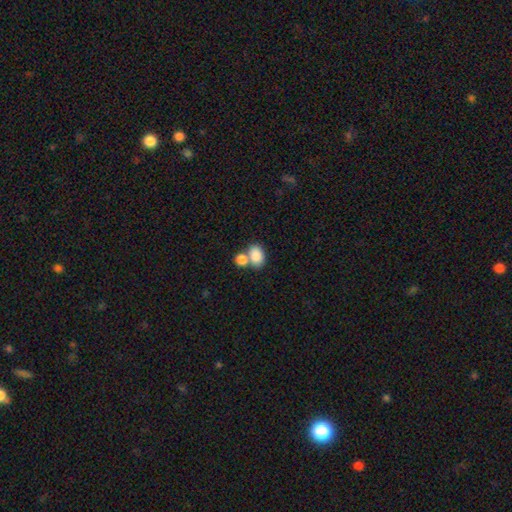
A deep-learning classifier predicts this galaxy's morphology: smooth 85%, star or artifact 8%, featured or disk 7%. Down the decision tree: how rounded — in between (74%); merging — none (46%).